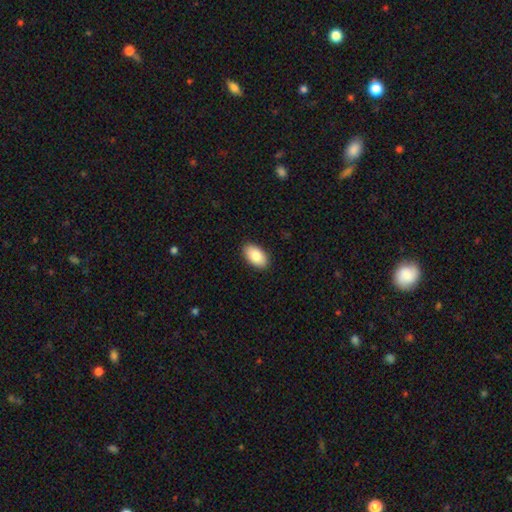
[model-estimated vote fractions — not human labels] Smooth or featured? Predicted: smooth (p=0.87). How rounded? Predicted: in between (p=0.95). Merging? Predicted: none (p=0.90).